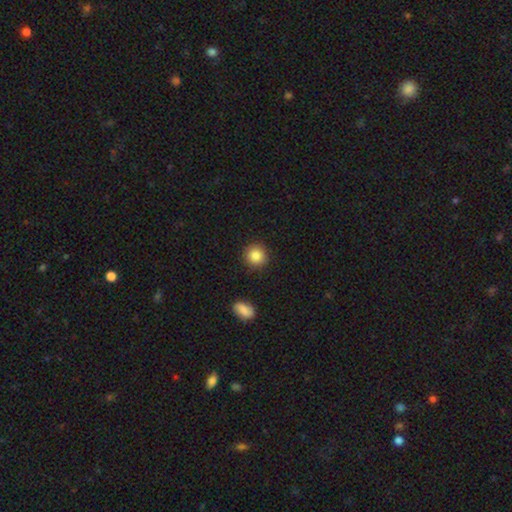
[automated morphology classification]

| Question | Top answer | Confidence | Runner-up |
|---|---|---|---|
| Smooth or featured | smooth | 86% | star or artifact (9%) |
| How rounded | round | 92% | in between (7%) |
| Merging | none | 89% | minor disturbance (7%) |